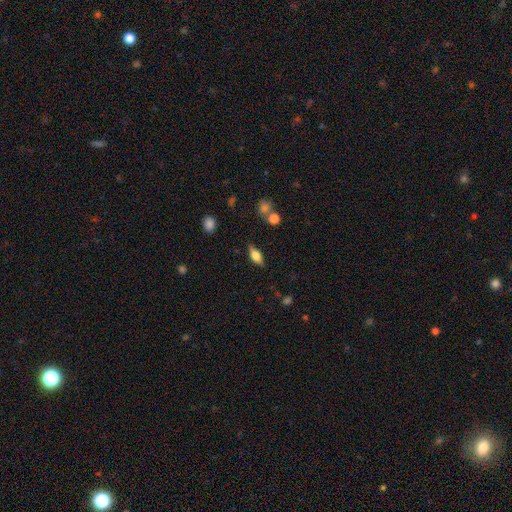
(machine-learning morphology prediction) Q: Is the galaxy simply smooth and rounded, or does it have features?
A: smooth — 61%.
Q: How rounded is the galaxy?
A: in between — 77%.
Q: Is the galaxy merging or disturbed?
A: none — 81%.